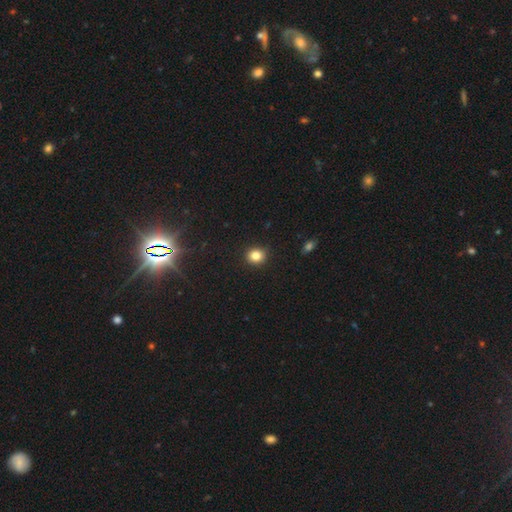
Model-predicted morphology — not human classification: This appears to be a smooth galaxy with no disk features (83%) that is round (78%). Merging: none (90%).